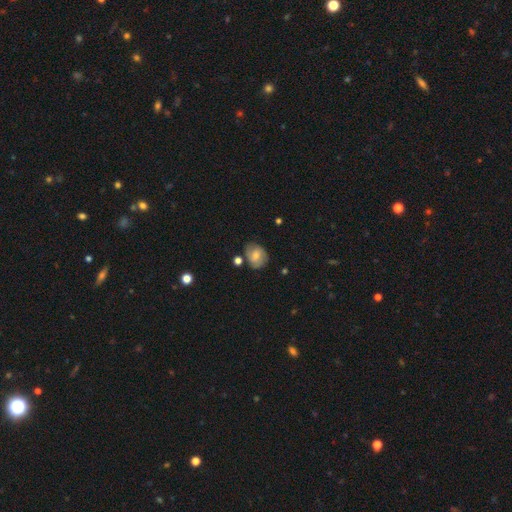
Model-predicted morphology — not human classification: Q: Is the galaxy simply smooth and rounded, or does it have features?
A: smooth — 52%.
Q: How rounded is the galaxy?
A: round — 55%.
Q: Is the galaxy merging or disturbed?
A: none — 71%.